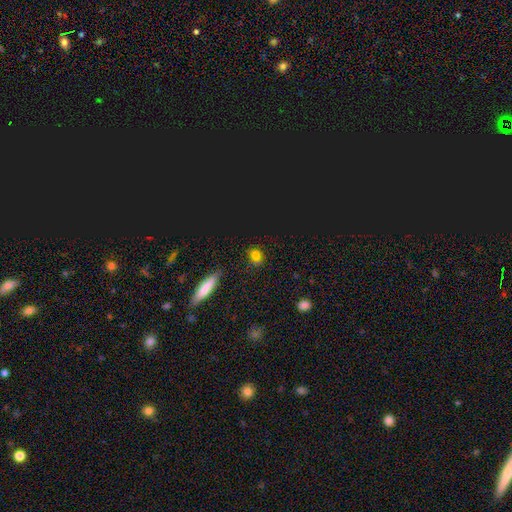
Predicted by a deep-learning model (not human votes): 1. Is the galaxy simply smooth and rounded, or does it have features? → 68% smooth, 25% star or artifact, 7% featured or disk.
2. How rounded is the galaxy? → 60% round, 35% in between, 5% cigar-shaped.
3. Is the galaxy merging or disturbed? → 82% none, 12% minor disturbance, 3% major disturbance, 3% merger.